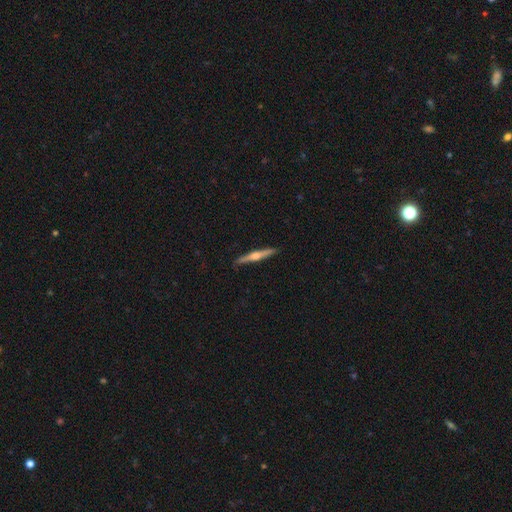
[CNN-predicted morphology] A featured or disk galaxy (66%) viewed edge-on (98%) with a rounded central bulge (86%).

Vote fractions:
- Smooth or featured? featured or disk: 66% / smooth: 28% / star or artifact: 5%
- Edge-on disk? yes: 98% / no: 2%
- Edge-on bulge? rounded: 86% / boxy: 7% / none: 6%
- Merging? none: 89% / minor disturbance: 8% / major disturbance: 1% / merger: 1%